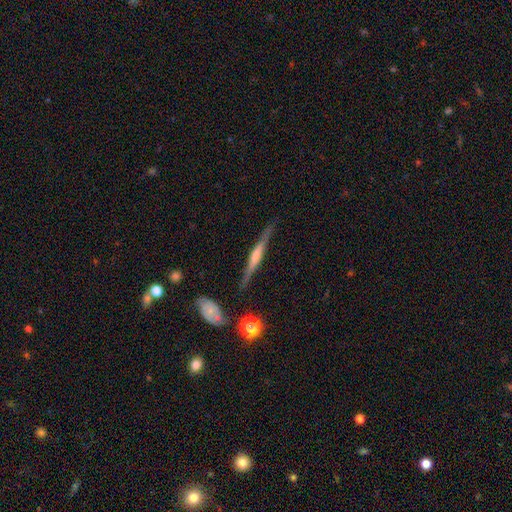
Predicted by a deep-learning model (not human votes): Morphology: type=featured or disk (73%); edge-on=yes (97%); edge-on bulge=rounded (44%); merging=none (83%).